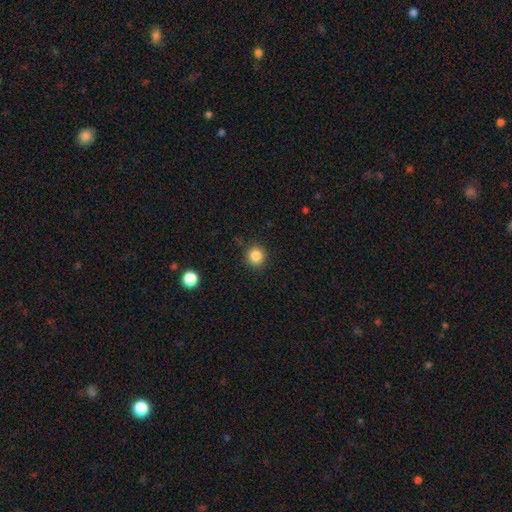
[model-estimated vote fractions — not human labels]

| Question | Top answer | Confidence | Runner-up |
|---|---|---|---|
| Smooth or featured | smooth | 85% | star or artifact (11%) |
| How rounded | round | 92% | in between (7%) |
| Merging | none | 89% | minor disturbance (7%) |